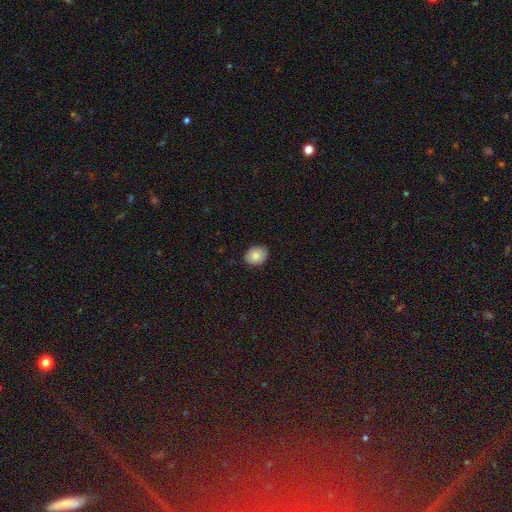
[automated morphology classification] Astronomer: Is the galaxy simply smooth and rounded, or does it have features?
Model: smooth — 85%.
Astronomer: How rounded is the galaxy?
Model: in between — 50% (runner-up: round, 49%).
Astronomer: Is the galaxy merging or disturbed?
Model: none — 87%.